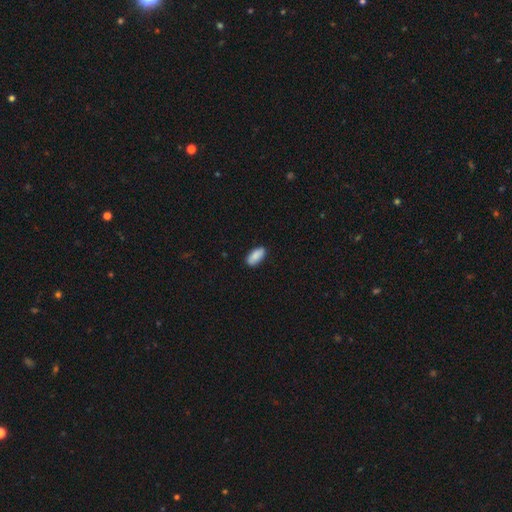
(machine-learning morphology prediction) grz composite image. It shows a smooth galaxy with no disk features (88%) that is in between round and cigar-shaped (93%). Merging: none (86%).